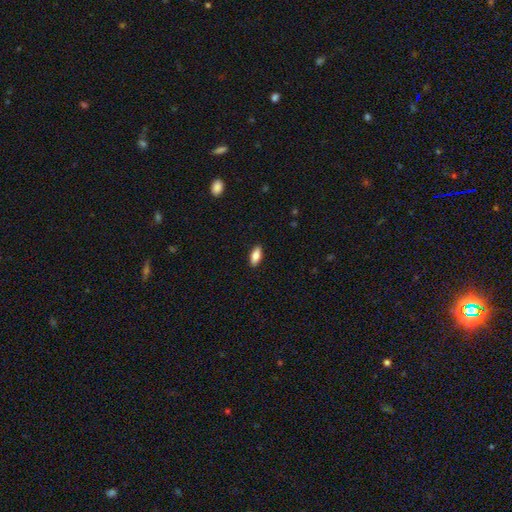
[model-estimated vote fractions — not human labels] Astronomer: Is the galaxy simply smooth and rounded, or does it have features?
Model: smooth — 82%.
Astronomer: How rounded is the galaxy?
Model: in between — 81%.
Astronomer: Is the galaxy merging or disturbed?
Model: none — 89%.